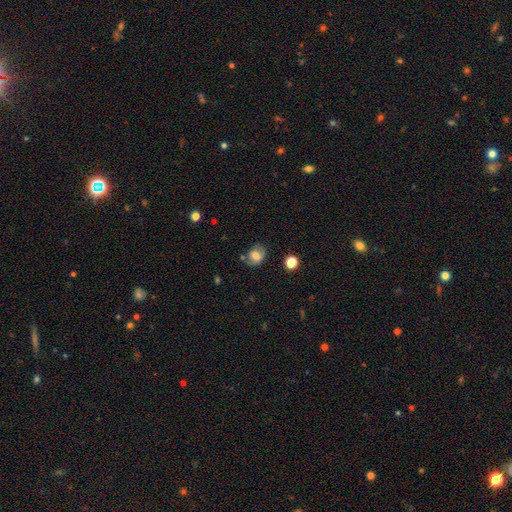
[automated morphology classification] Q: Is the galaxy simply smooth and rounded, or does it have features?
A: smooth — 64%.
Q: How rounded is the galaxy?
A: in between — 55%.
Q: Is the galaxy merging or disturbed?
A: none — 64%.